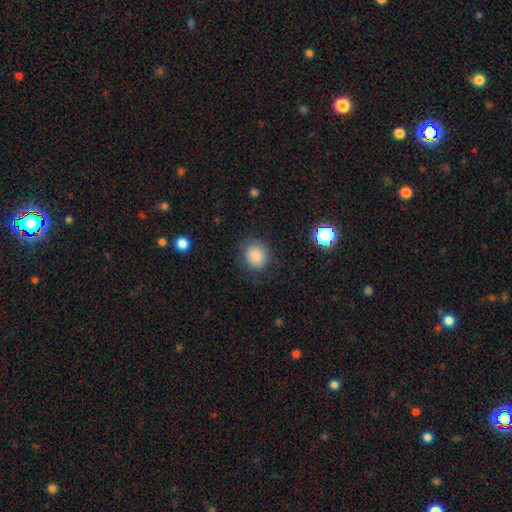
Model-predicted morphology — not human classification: Overall: smooth (86%). How rounded: round (82%). Merging: none (81%).